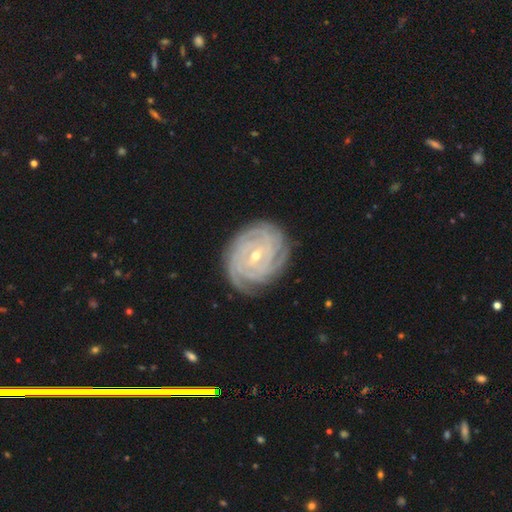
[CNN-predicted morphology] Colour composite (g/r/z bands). It shows a featured or disk galaxy (90%) with no bar (41%, tied with weak), 4 (29%) tight (88%) spiral arms (98%) and a small central bulge (63%). Merging: none (82%).